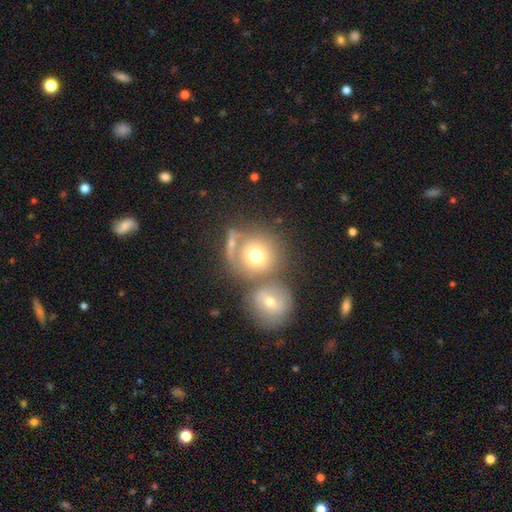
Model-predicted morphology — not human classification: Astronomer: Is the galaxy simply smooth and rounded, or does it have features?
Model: smooth — 66%.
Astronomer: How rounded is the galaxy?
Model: round — 88%.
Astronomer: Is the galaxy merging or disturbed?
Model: none — 45% (runner-up: merger, 39%).